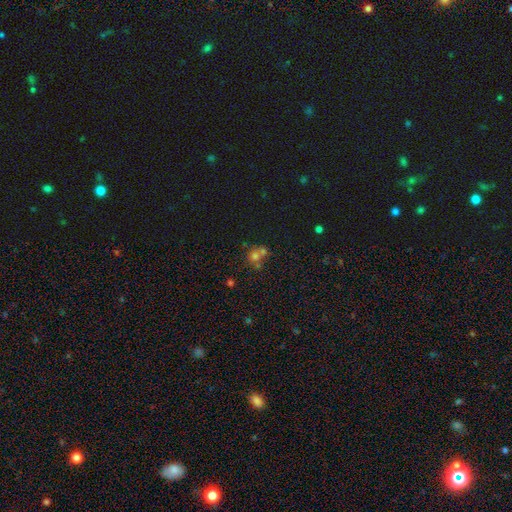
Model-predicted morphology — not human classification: A smooth galaxy with no disk features (57%) that is round (82%).

Vote fractions:
- Smooth or featured? smooth: 57% / star or artifact: 25% / featured or disk: 18%
- How rounded? round: 82% / in between: 17% / cigar-shaped: 1%
- Merging? merger: 46% / none: 43% / minor disturbance: 7% / major disturbance: 4%